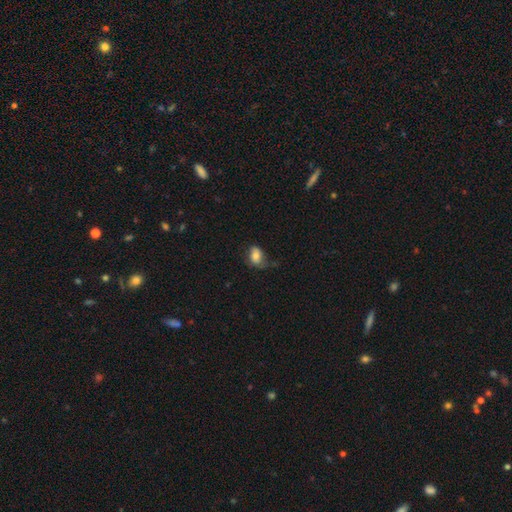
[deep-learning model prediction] A smooth galaxy with no disk features (73%) that is in between round and cigar-shaped (73%).

Vote fractions:
- Smooth or featured? smooth: 73% / featured or disk: 18% / star or artifact: 9%
- How rounded? in between: 73% / round: 25% / cigar-shaped: 1%
- Merging? none: 45% / minor disturbance: 34% / major disturbance: 18% / merger: 3%